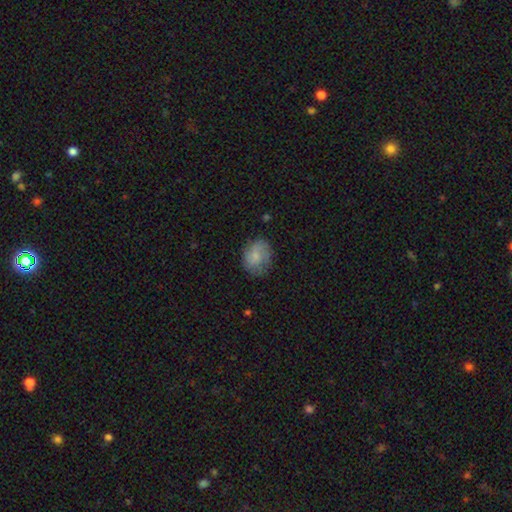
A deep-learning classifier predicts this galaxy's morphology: Smooth or featured? smooth (73%)
How rounded? in between (52%)
Merging? none (66%)